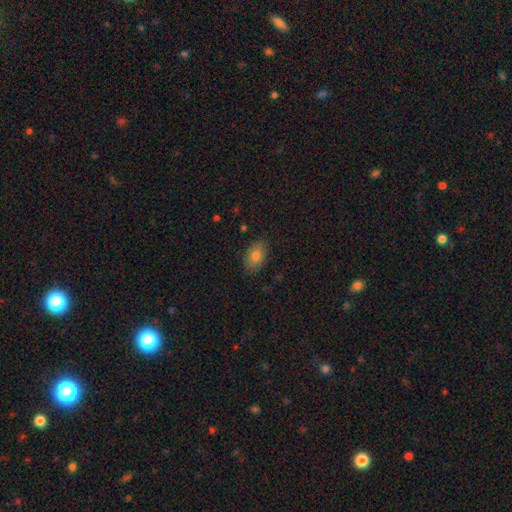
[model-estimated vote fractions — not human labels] smooth_or_featured: smooth (p=0.79) [alt: featured or disk p=0.12]
how_rounded: in between (p=0.87) [alt: round p=0.12]
merging: none (p=0.84) [alt: minor disturbance p=0.12]